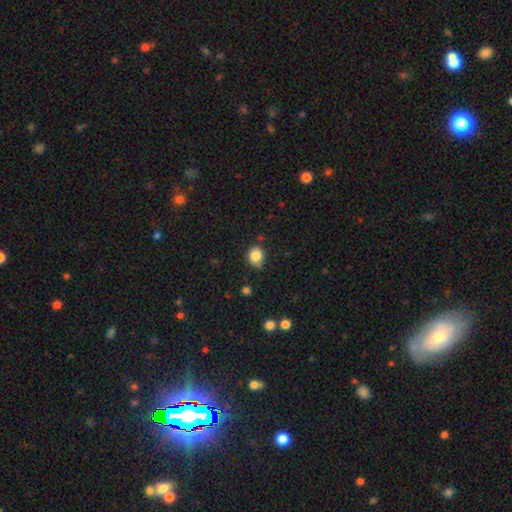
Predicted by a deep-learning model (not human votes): This appears to be a smooth galaxy with no disk features (84%) that is round (77%). Merging: none (69%).